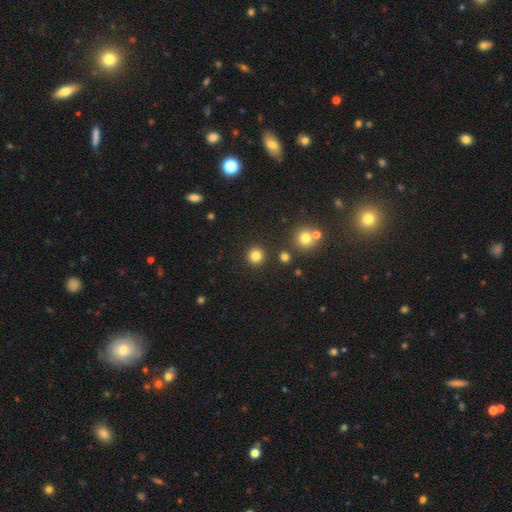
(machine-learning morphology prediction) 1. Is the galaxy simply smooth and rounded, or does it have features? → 82% smooth, 13% star or artifact, 5% featured or disk.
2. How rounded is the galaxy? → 94% round, 5% in between, 1% cigar-shaped.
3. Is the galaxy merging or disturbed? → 90% none, 5% minor disturbance, 3% merger, 2% major disturbance.